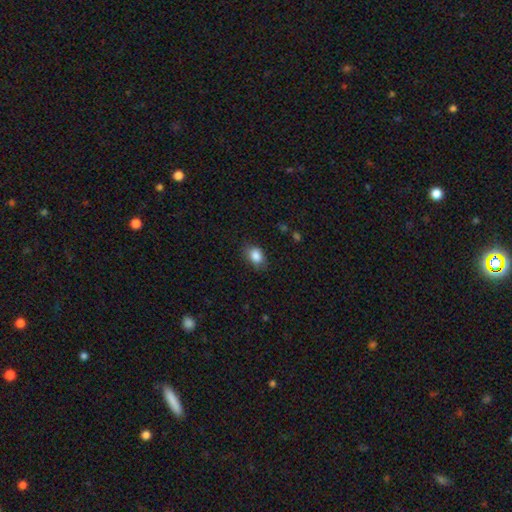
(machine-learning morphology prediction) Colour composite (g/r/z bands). It shows a smooth galaxy with no disk features (85%) that is in between round and cigar-shaped (72%). Merging: none (75%).